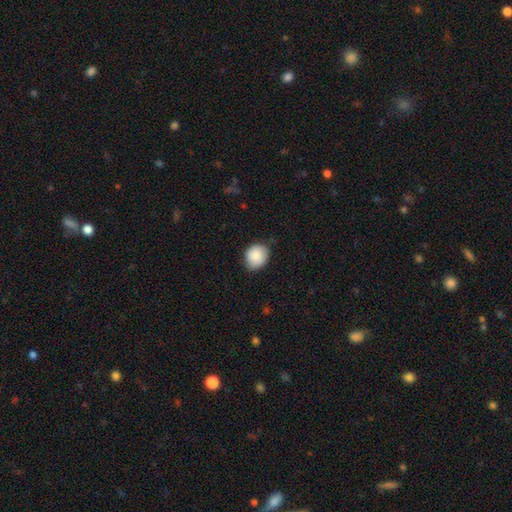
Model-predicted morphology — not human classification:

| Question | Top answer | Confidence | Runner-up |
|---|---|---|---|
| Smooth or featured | smooth | 87% | star or artifact (7%) |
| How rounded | round | 62% | in between (37%) |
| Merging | none | 74% | minor disturbance (22%) |